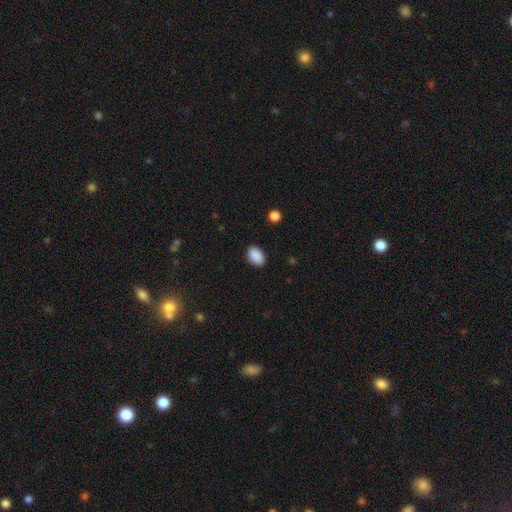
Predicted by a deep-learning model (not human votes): Smooth or featured: smooth — 90% (star or artifact — 7%)
How rounded: in between — 84% (round — 15%)
Merging: none — 88% (minor disturbance — 9%)